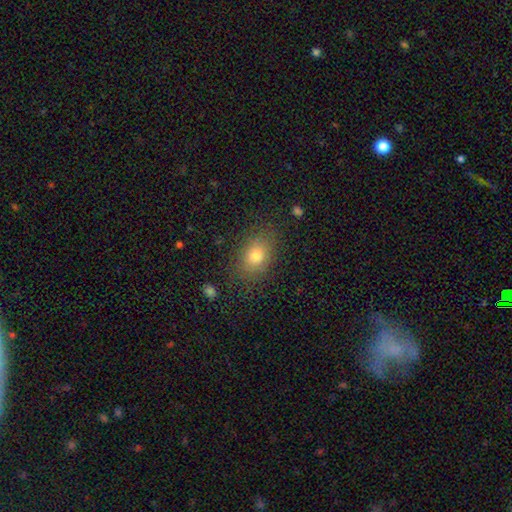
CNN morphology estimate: The model was most divided on "how rounded": in between: 72%, round: 27%, cigar-shaped: 2%. More confident: merging — none (82%); smooth or featured — smooth (76%).